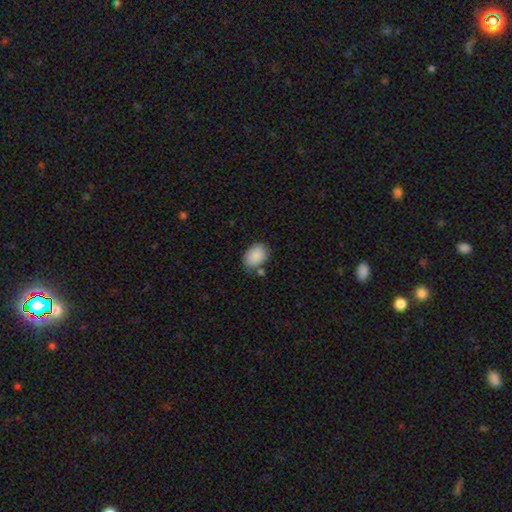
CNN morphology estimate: Smooth or featured? smooth (89%)
How rounded? in between (78%)
Merging? none (69%)